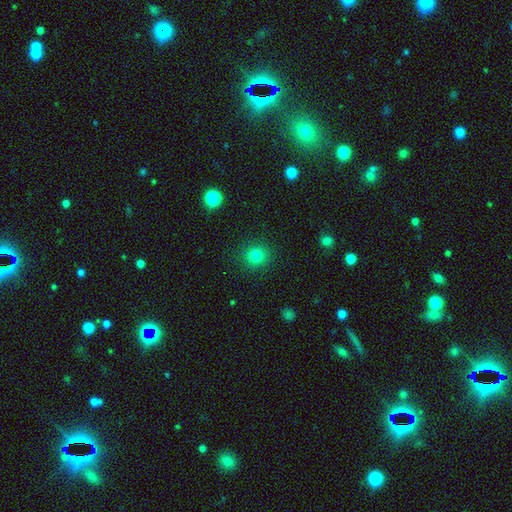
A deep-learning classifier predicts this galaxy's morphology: Smooth or featured: smooth — 81% (star or artifact — 14%)
How rounded: round — 91% (in between — 8%)
Merging: none — 90% (minor disturbance — 6%)